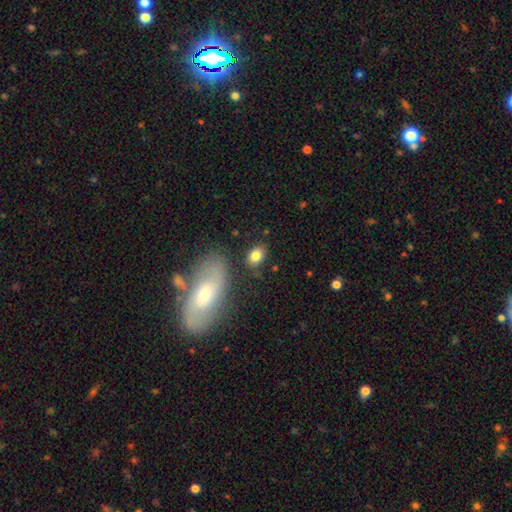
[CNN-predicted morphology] This is clearly a smooth galaxy (82%). How rounded: likely in between (75%). Merging: likely none (79%).